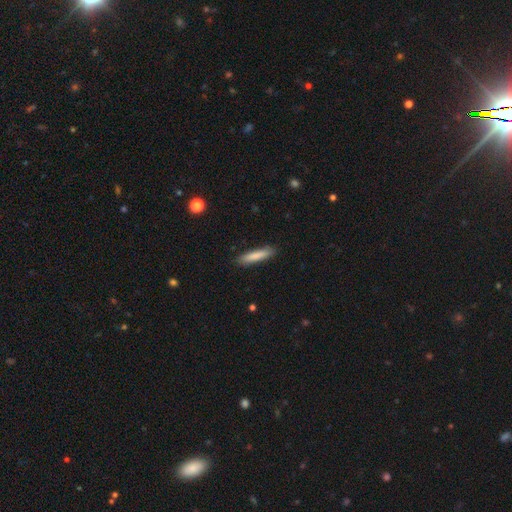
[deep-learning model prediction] Smooth or featured? smooth (83%)
How rounded? cigar-shaped (86%)
Merging? none (87%)